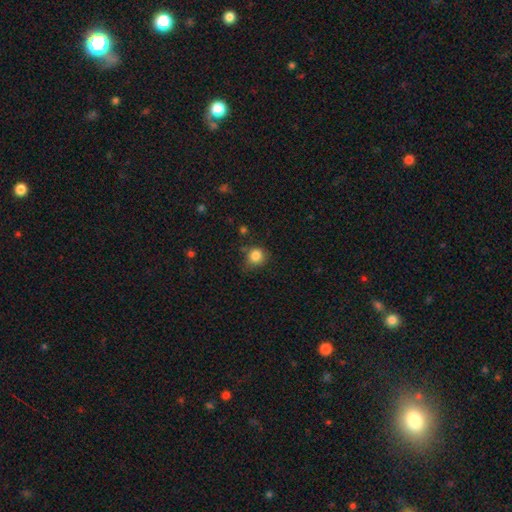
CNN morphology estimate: The model was most divided on "merging": none: 71%, minor disturbance: 21%, major disturbance: 5%, merger: 3%. More confident: how rounded — round (85%); smooth or featured — smooth (85%).